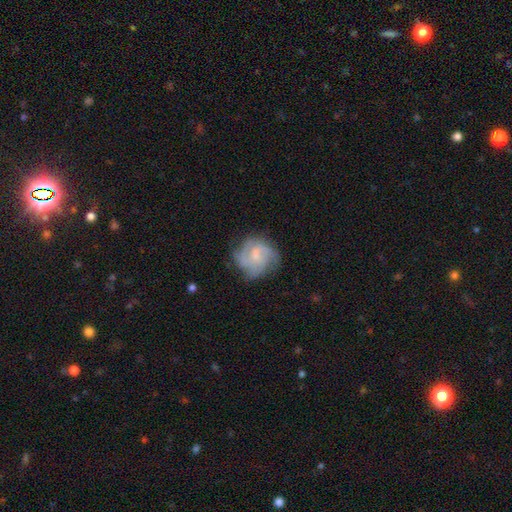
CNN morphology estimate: A featured or disk galaxy (67%) with no bar (60%), 3 (33%) medium (43%) spiral arms (88%) and a small central bulge (49%). Merging: none (64%).